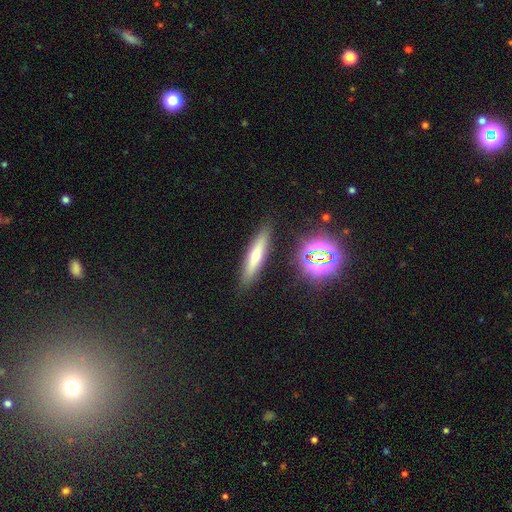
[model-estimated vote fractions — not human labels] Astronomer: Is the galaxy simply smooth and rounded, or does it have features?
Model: smooth — 53% (runner-up: featured or disk, 34%).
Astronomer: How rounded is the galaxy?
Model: cigar-shaped — 84%.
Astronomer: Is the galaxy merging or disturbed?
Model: none — 88%.